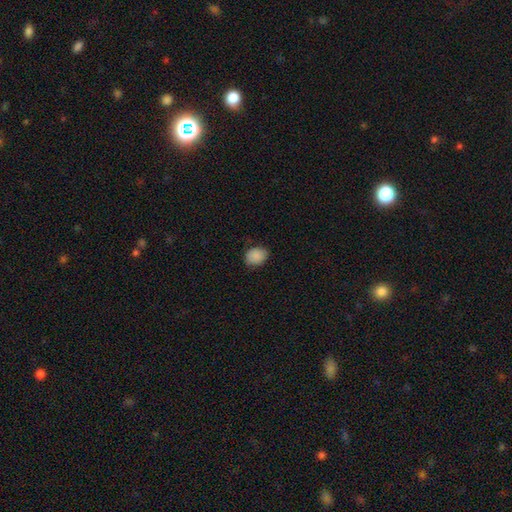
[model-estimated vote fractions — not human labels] Smooth or featured?
  - smooth: 88% *
  - star or artifact: 8%
  - featured or disk: 5%
How rounded?
  - in between: 52% *
  - round: 48%
  - cigar-shaped: 1%
Merging?
  - none: 77% *
  - minor disturbance: 19%
  - major disturbance: 3%
  - merger: 1%